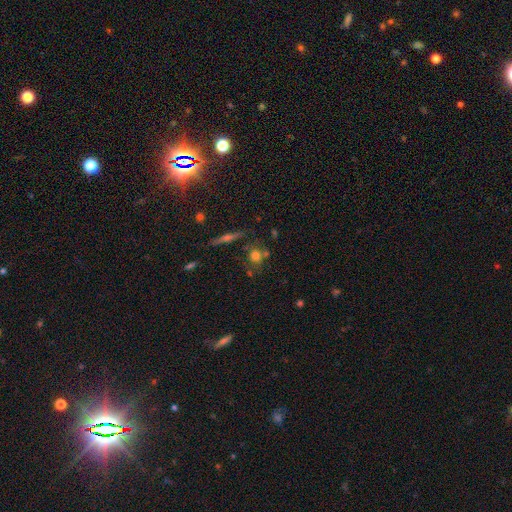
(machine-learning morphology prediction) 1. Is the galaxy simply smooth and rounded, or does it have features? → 65% smooth, 20% featured or disk, 15% star or artifact.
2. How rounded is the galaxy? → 78% round, 17% in between, 5% cigar-shaped.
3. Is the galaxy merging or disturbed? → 68% none, 14% merger, 13% minor disturbance, 5% major disturbance.